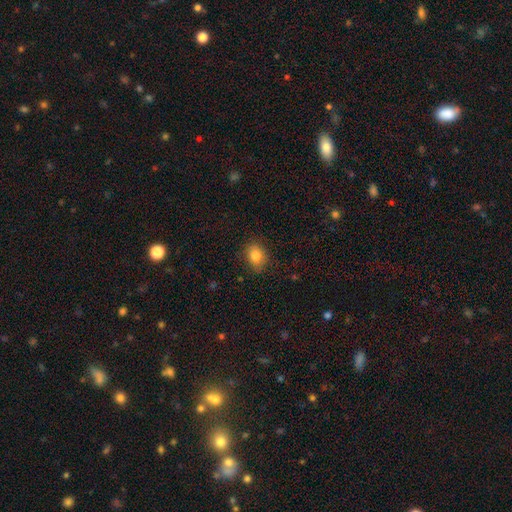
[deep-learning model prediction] smooth_or_featured: smooth (p=0.82) [alt: star or artifact p=0.10]
how_rounded: in between (p=0.56) [alt: round p=0.43]
merging: none (p=0.85) [alt: minor disturbance p=0.11]